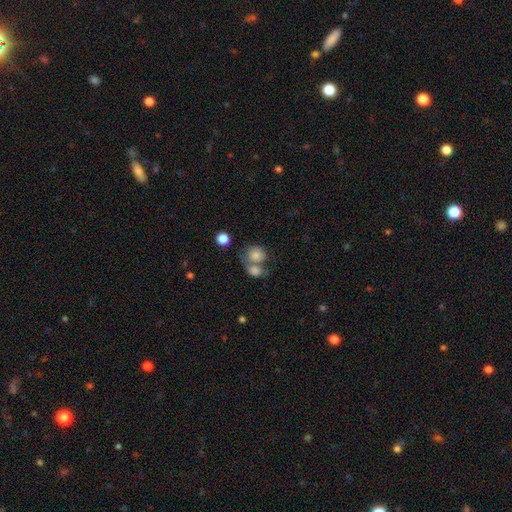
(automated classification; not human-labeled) smooth 77%, featured or disk 13%, star or artifact 10%. Down the decision tree: how rounded — round (65%); merging — merger (50%).